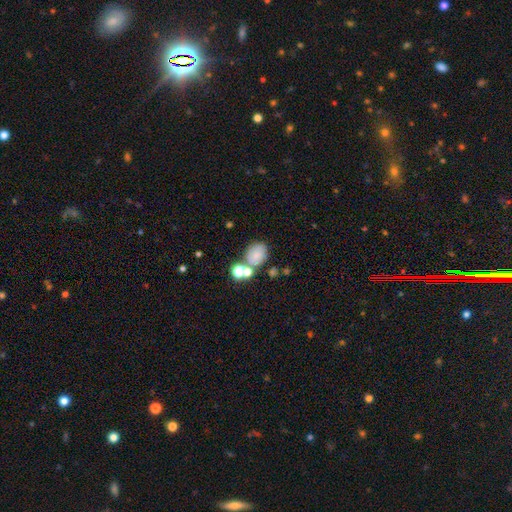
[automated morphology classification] Q: Smooth or featured?
A: smooth (71%); runner-up: featured or disk (15%)
Q: How rounded?
A: in between (65%); runner-up: round (34%)
Q: Merging?
A: none (53%); runner-up: merger (26%)